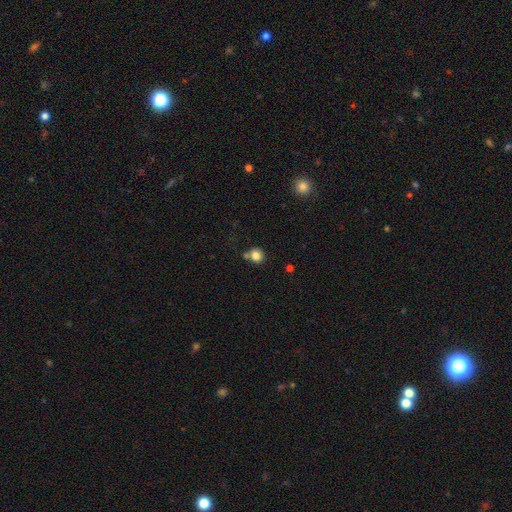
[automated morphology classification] Smooth or featured? smooth (83%)
How rounded? round (85%)
Merging? none (67%)